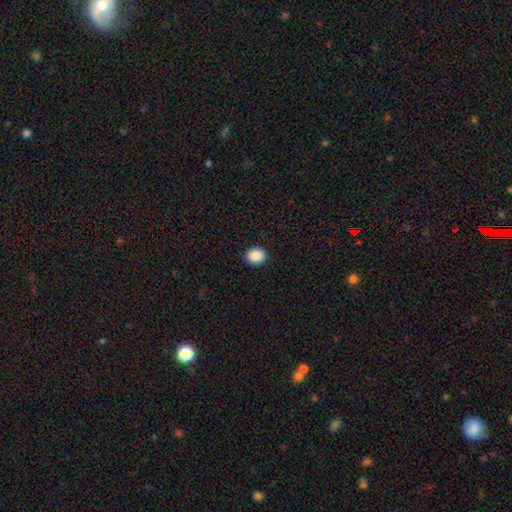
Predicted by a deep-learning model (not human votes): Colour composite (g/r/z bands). It shows a smooth galaxy with no disk features (89%) that is round (74%). Merging: none (93%).